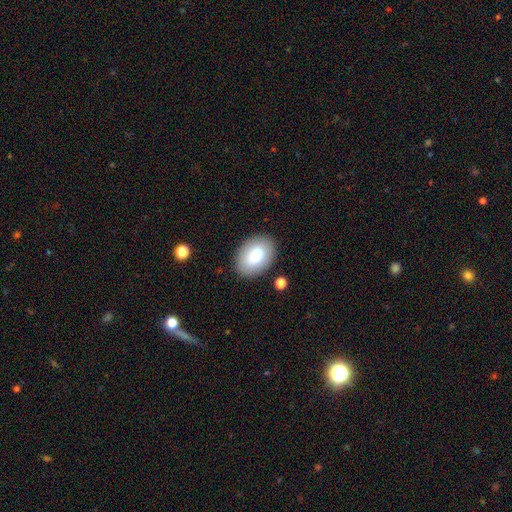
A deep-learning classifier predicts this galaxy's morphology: Smooth or featured? Predicted: smooth (p=0.79). How rounded? Predicted: in between (p=0.85). Merging? Predicted: none (p=0.86).